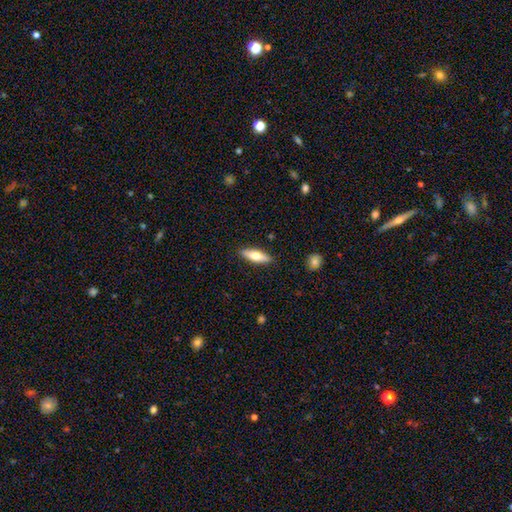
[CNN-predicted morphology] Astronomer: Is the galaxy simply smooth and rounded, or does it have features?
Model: smooth — 62%.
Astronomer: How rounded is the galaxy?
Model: in between — 50% (runner-up: cigar-shaped, 48%).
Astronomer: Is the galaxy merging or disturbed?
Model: none — 88%.